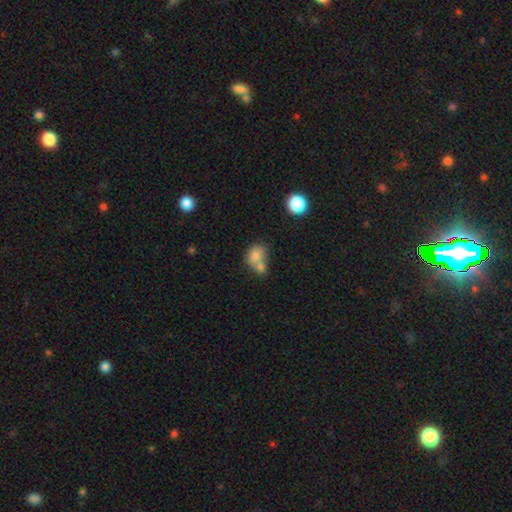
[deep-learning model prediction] Smooth or featured? smooth (78%)
How rounded? round (51%)
Merging? merger (56%)